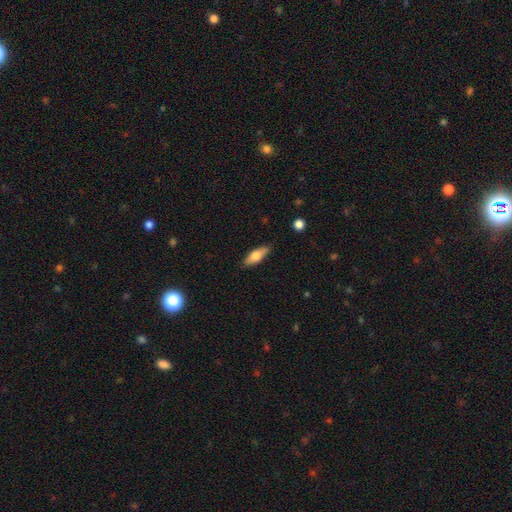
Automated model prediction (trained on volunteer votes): Q: Smooth or featured?
A: smooth (69%); runner-up: featured or disk (24%)
Q: How rounded?
A: in between (64%); runner-up: cigar-shaped (33%)
Q: Merging?
A: none (85%); runner-up: minor disturbance (12%)